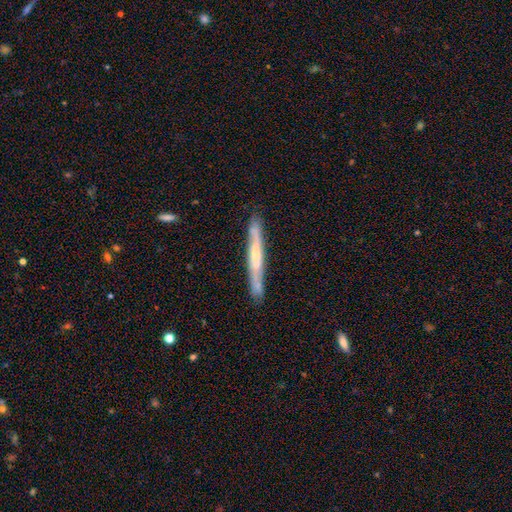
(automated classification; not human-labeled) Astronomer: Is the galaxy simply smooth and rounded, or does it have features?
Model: featured or disk — 57% (runner-up: smooth, 37%).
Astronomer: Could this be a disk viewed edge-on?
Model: yes — 88%.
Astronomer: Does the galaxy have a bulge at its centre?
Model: none — 57% (runner-up: rounded, 34%).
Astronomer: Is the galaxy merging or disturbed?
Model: none — 82%.